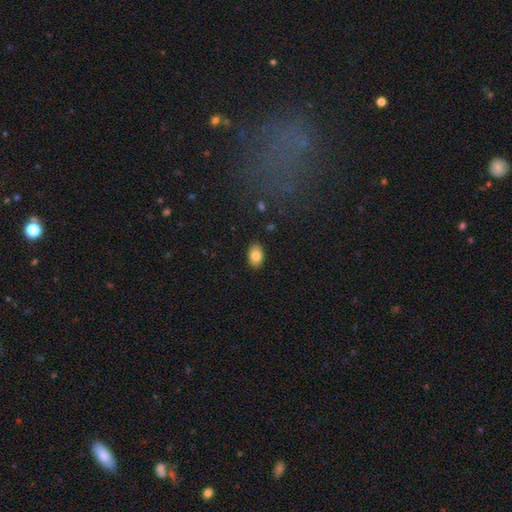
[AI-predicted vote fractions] A smooth galaxy with no disk features (82%) that is in between round and cigar-shaped (87%). Merging: none (88%).